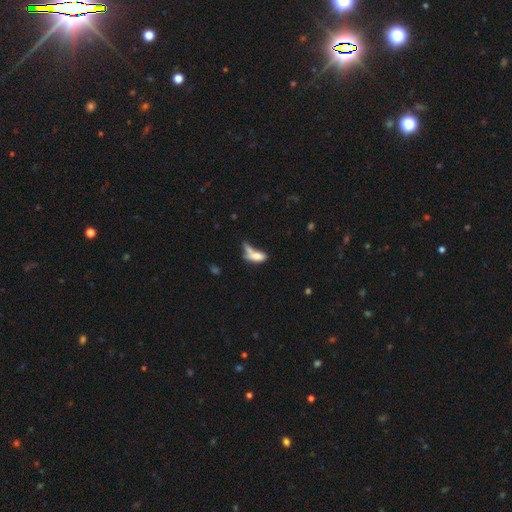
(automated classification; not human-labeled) This is likely a smooth galaxy (67%). How rounded: likely in between (73%). Merging: marginally merger (43%).